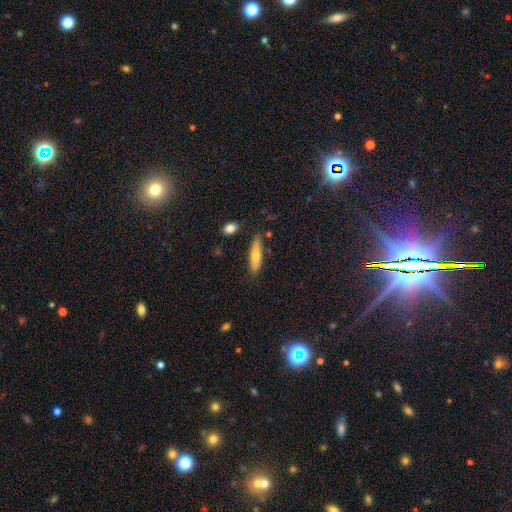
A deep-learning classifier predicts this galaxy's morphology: Smooth or featured: smooth — 67% (featured or disk — 27%)
How rounded: cigar-shaped — 72% (in between — 26%)
Merging: none — 75% (minor disturbance — 18%)